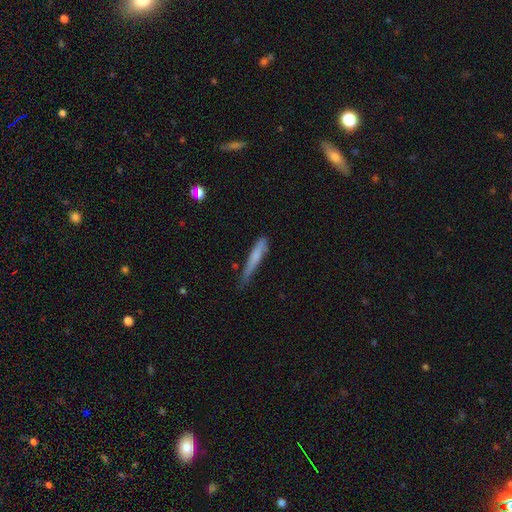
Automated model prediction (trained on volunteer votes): This appears to be a smooth galaxy with no disk features (65%) that is cigar-shaped (93%). Merging: none (54%).